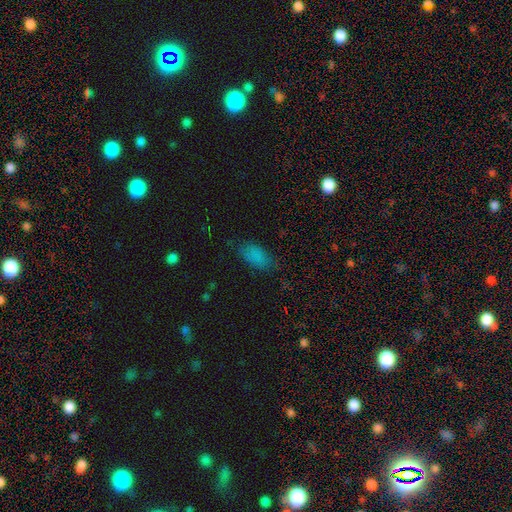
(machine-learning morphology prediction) smooth 82%, star or artifact 11%, featured or disk 7%. Down the decision tree: how rounded — in between (90%); merging — none (74%).